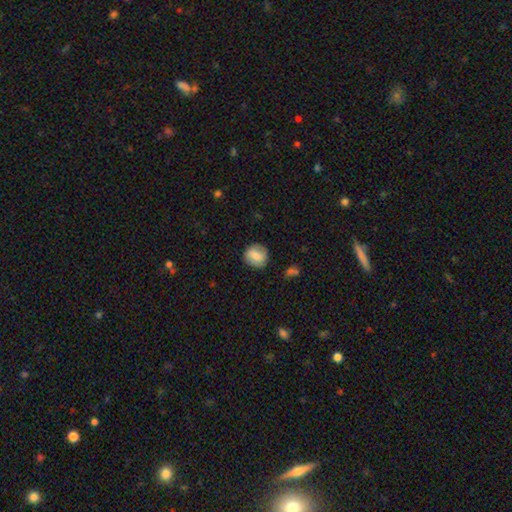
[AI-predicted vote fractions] smooth_or_featured: smooth (p=0.78) [alt: featured or disk p=0.15]
how_rounded: round (p=0.83) [alt: in between p=0.16]
merging: none (p=0.81) [alt: minor disturbance p=0.14]